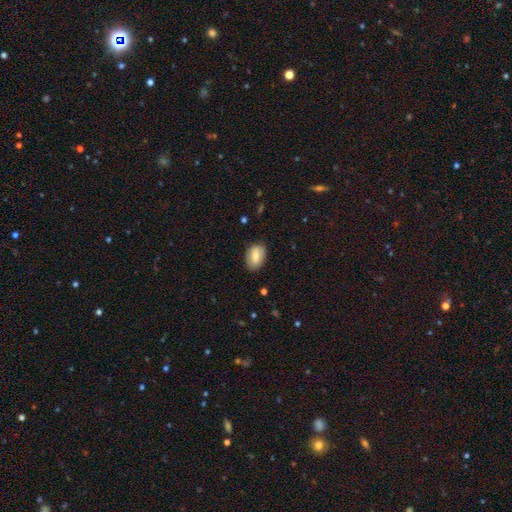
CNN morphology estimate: Smooth or featured?
  - smooth: 75% *
  - featured or disk: 18%
  - star or artifact: 7%
How rounded?
  - in between: 89% *
  - round: 9%
  - cigar-shaped: 2%
Merging?
  - none: 80% *
  - minor disturbance: 16%
  - major disturbance: 3%
  - merger: 1%